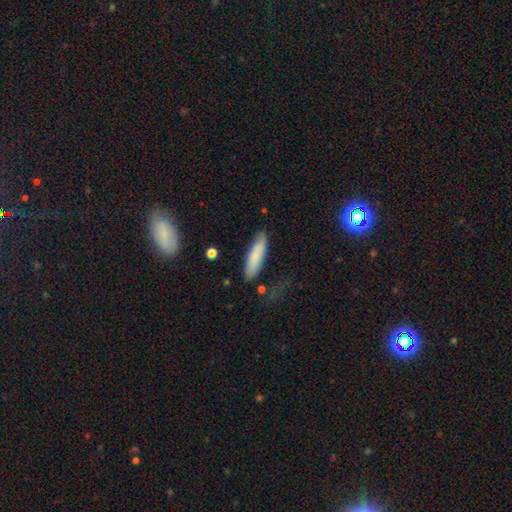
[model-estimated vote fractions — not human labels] Smooth or featured?
  - smooth: 81% *
  - featured or disk: 13%
  - star or artifact: 7%
How rounded?
  - cigar-shaped: 60% *
  - in between: 38%
  - round: 2%
Merging?
  - none: 78% *
  - minor disturbance: 15%
  - major disturbance: 4%
  - merger: 3%